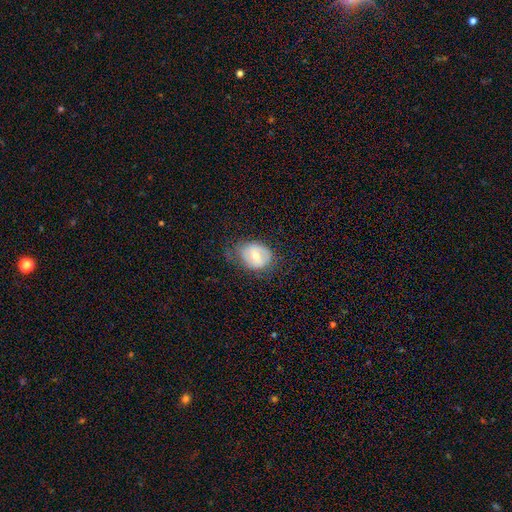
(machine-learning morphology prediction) The model was most divided on "smooth or featured": smooth: 54%, featured or disk: 39%, star or artifact: 7%. More confident: how rounded — in between (57%); merging — none (51%).